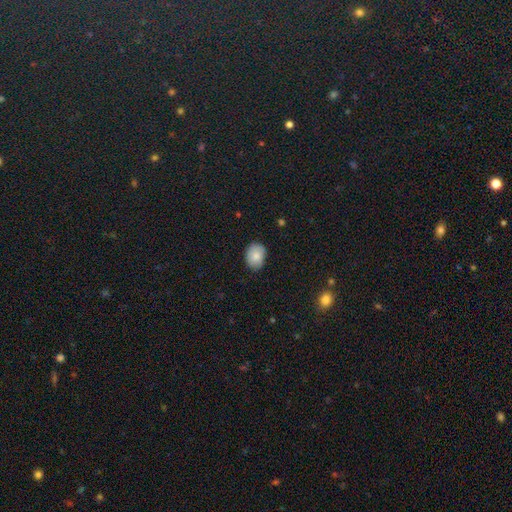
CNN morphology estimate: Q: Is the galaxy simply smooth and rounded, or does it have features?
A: smooth — 85%.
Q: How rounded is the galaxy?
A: in between — 59%.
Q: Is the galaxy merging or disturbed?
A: none — 82%.